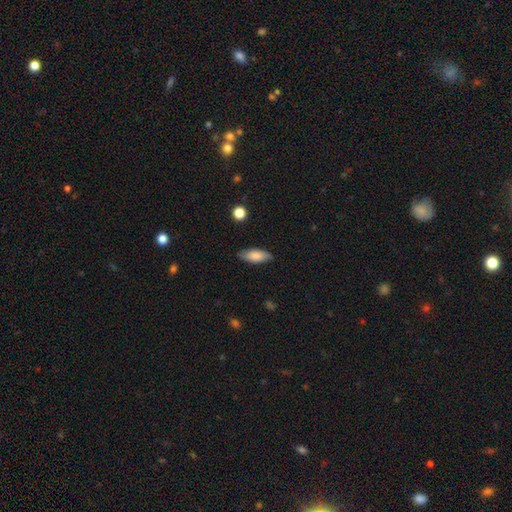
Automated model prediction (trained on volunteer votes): Smooth or featured: smooth — 81% (featured or disk — 13%)
How rounded: in between — 78% (cigar-shaped — 20%)
Merging: none — 83% (minor disturbance — 14%)